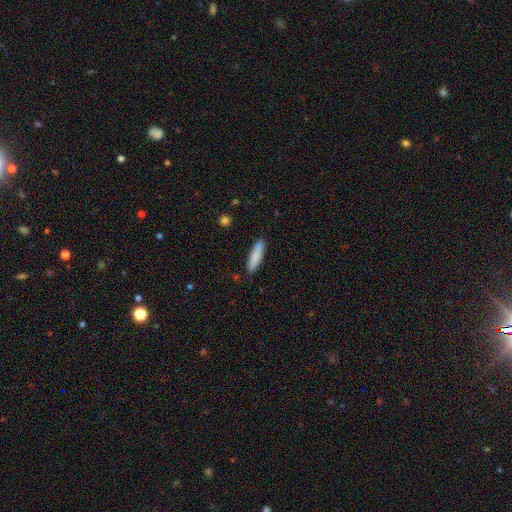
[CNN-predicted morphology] This appears to be a smooth galaxy with no disk features (85%) that is cigar-shaped (77%). Merging: none (87%).